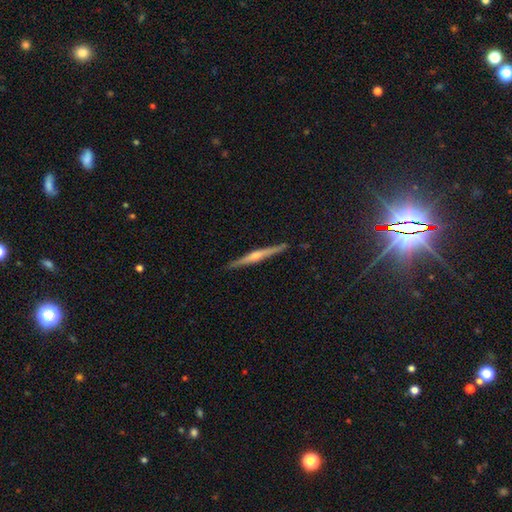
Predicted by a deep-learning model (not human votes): Morphology: type=featured or disk (74%); edge-on=yes (98%); edge-on bulge=rounded (79%); merging=none (91%).